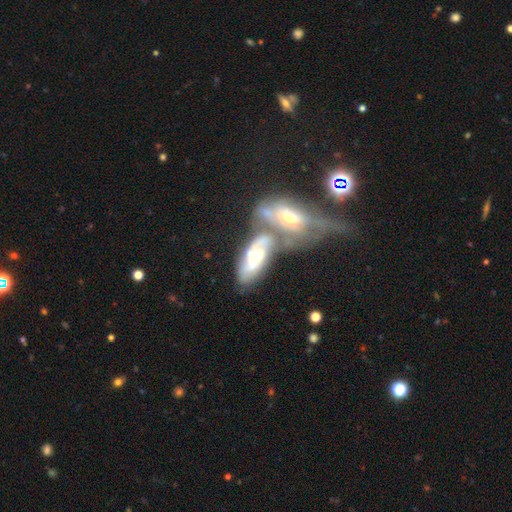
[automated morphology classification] Smooth or featured: featured or disk — 67% (smooth — 26%)
Edge-on disk: no — 86% (yes — 14%)
Bar: no — 65% (weak — 26%)
Spiral arms: yes — 70% (no — 30%)
Bulge size: moderate — 66% (small — 20%)
Merging: merger — 56% (none — 23%)